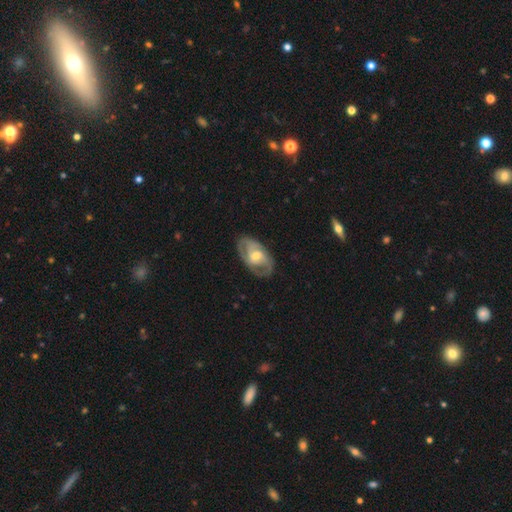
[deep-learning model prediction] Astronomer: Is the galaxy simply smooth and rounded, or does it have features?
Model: featured or disk — 76%.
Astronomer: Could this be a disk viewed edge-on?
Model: no — 95%.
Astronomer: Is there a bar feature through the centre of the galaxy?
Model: no — 48% (runner-up: weak, 41%).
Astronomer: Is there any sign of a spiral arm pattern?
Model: yes — 87%.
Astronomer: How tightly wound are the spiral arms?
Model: medium — 44% (runner-up: tight, 41%).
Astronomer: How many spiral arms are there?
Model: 2 — 59%.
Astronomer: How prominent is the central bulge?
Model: moderate — 60%.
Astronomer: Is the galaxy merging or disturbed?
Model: none — 74%.